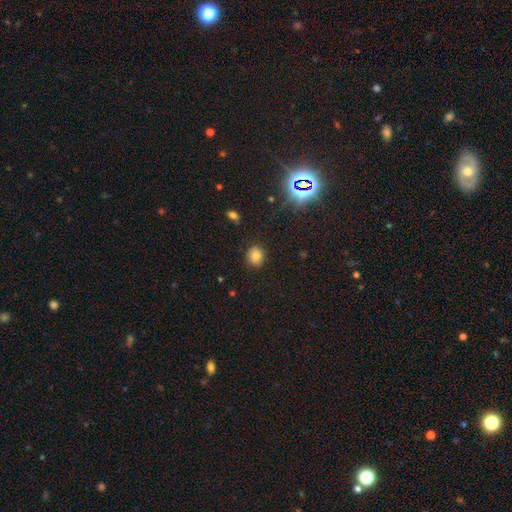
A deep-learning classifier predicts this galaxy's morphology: Overall: smooth (76%). How rounded: round (80%). Merging: none (86%).